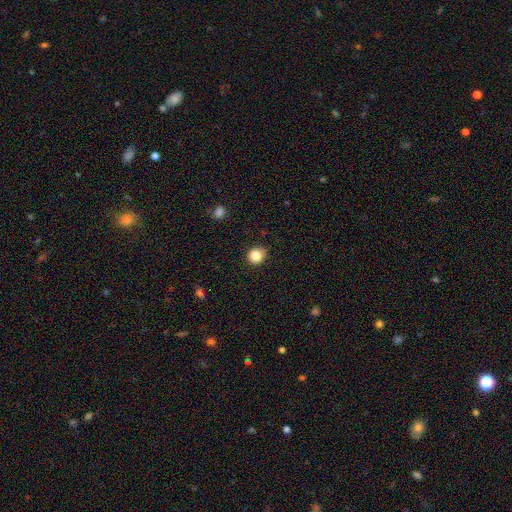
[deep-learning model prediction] A smooth galaxy with no disk features (85%) that is round (85%). Merging: none (88%).